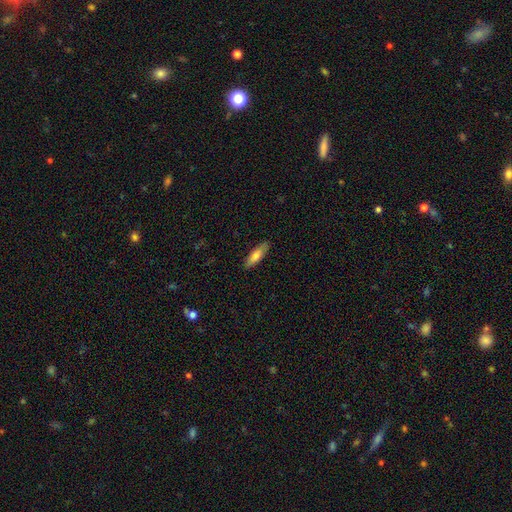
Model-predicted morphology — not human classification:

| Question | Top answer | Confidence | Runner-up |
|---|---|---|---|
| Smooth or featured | smooth | 73% | featured or disk (21%) |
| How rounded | cigar-shaped | 51% | in between (47%) |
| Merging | none | 86% | minor disturbance (11%) |